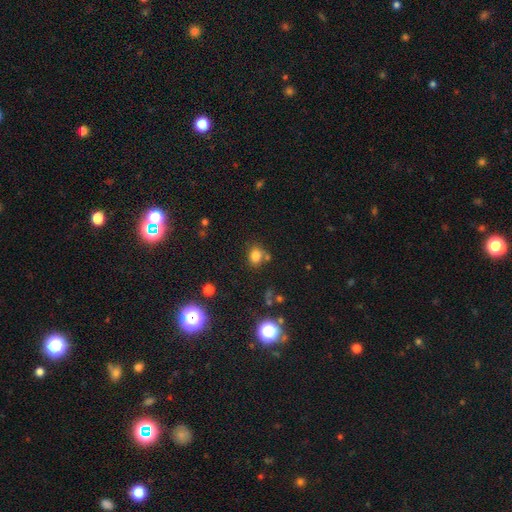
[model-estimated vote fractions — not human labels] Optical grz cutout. It shows a smooth galaxy with no disk features (78%) that is round (50%). Merging: none (64%).